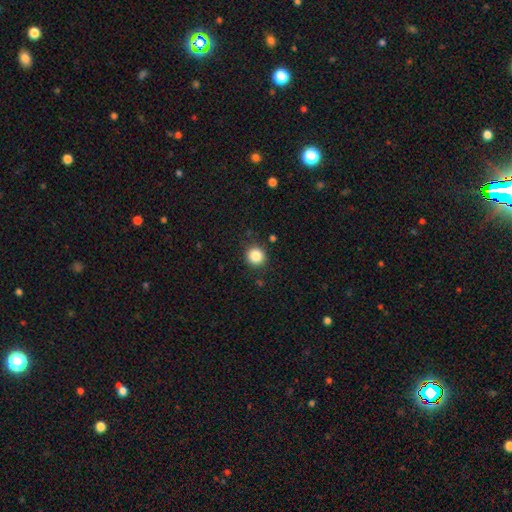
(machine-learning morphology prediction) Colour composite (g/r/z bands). It shows a smooth galaxy with no disk features (86%) that is round (92%). Merging: none (89%).